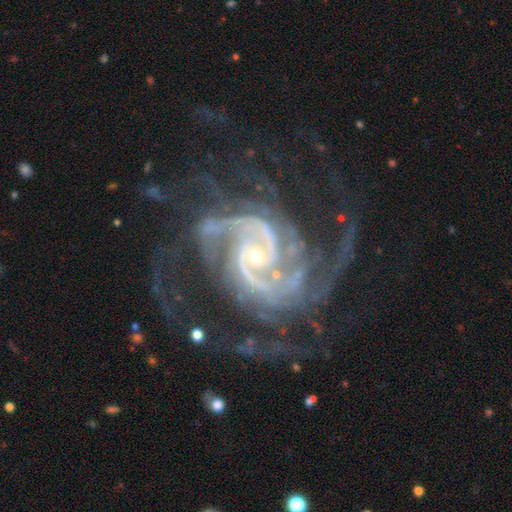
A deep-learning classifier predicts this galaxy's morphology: Smooth or featured: featured or disk — 93% (star or artifact — 5%)
Edge-on disk: no — 98% (yes — 2%)
Bar: no — 52% (weak — 32%)
Spiral arms: yes — 99% (no — 1%)
Spiral winding: medium — 48% (tight — 43%)
Spiral arm count: 2 — 46% (3 — 17%)
Bulge size: small — 70% (moderate — 25%)
Merging: none — 62% (major disturbance — 19%)